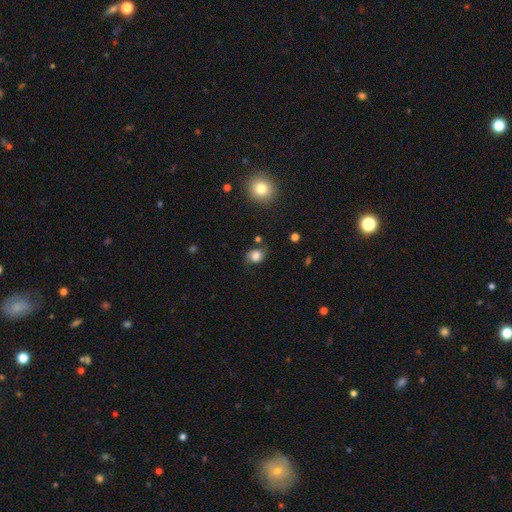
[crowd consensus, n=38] Smooth or featured: smooth — 71% (featured or disk — 21%)
How rounded: in between — 56% (round — 44%)
Merging: none — 51% (minor disturbance — 37%)